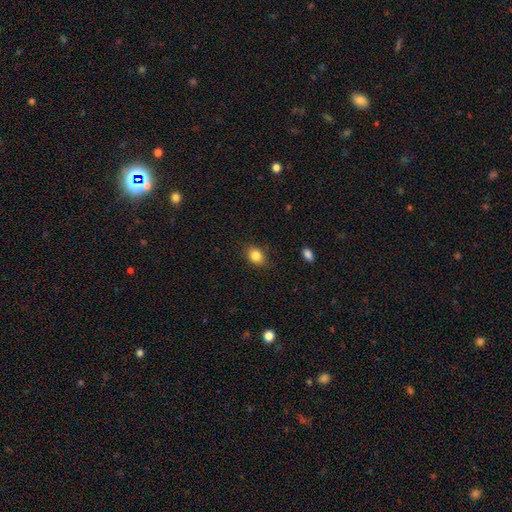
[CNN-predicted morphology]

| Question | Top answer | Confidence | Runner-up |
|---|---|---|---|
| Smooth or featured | smooth | 85% | star or artifact (10%) |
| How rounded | in between | 59% | round (40%) |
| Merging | none | 84% | minor disturbance (12%) |